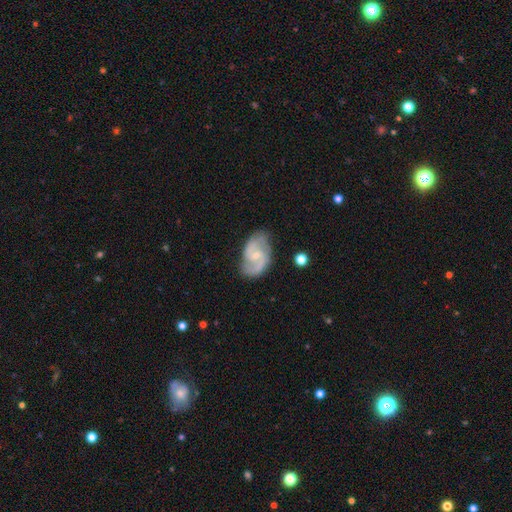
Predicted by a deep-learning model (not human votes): Smooth or featured? featured or disk (84%)
Edge-on disk? no (97%)
Bar? weak (47%)
Spiral arms? yes (95%)
Spiral winding? medium (54%)
Spiral arm count? 2 (87%)
Bulge size? small (67%)
Merging? none (75%)